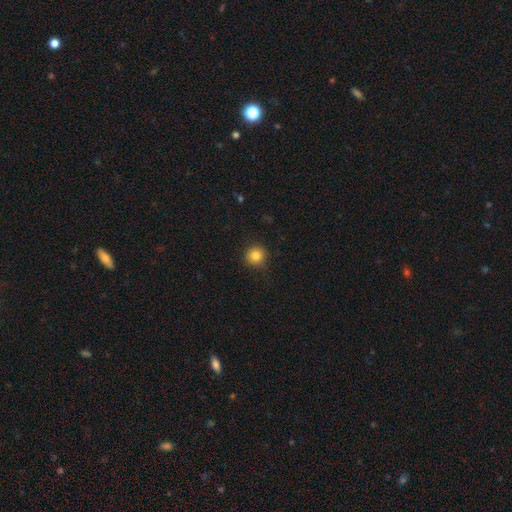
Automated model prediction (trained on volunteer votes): Smooth or featured?
  - smooth: 83% *
  - star or artifact: 11%
  - featured or disk: 6%
How rounded?
  - round: 94% *
  - in between: 5%
  - cigar-shaped: 1%
Merging?
  - none: 89% *
  - minor disturbance: 8%
  - major disturbance: 2%
  - merger: 1%